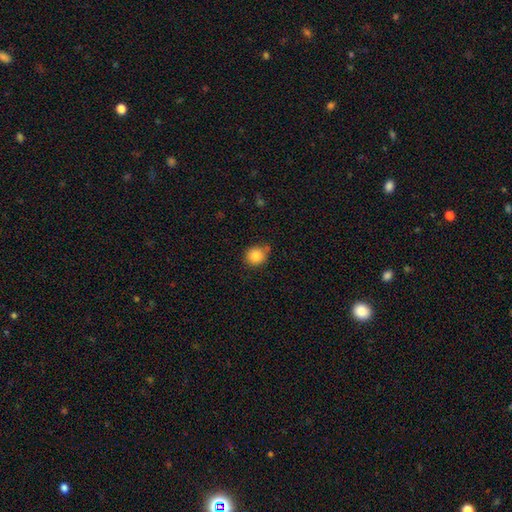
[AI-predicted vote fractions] Smooth or featured? Predicted: smooth (p=0.84). How rounded? Predicted: round (p=0.88). Merging? Predicted: none (p=0.73).